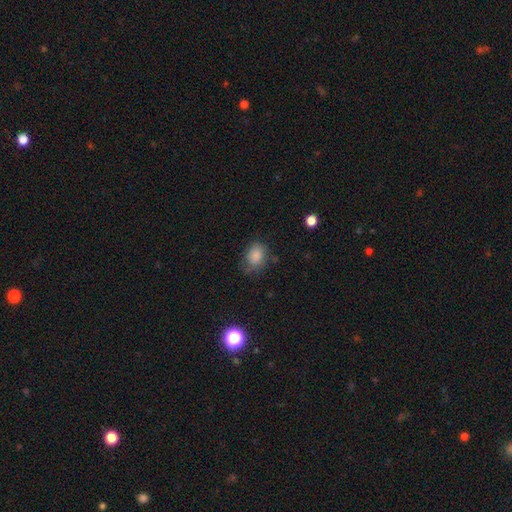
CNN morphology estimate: smooth 84%, star or artifact 10%, featured or disk 6%. Down the decision tree: how rounded — in between (61%); merging — none (63%).